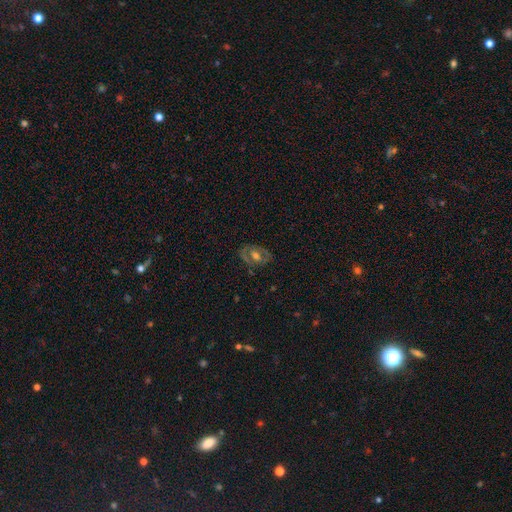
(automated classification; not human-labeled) smooth-or-featured: featured or disk: 59% | smooth: 31% | star or artifact: 10%
  disk-edge-on: no: 93% | yes: 7%
    bar: no: 57% | weak: 31% | strong: 13%
    has-spiral-arms: no: 63% | yes: 37%
    bulge-size: moderate: 56% | large: 26% | small: 12% | none: 3% | dominant: 2%
  merging: none: 76% | minor disturbance: 16% | major disturbance: 6% | merger: 2%